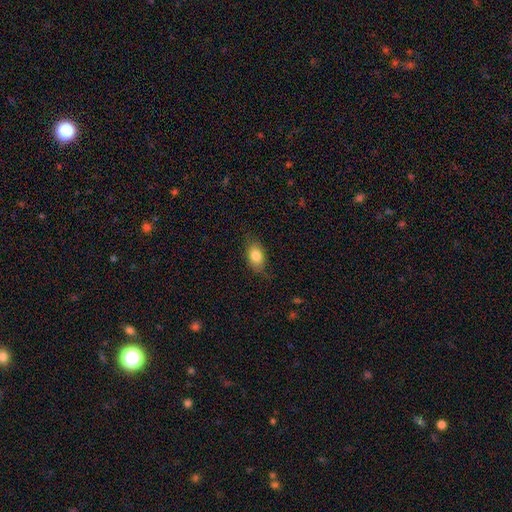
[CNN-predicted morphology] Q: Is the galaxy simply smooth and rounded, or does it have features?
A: smooth — 81%.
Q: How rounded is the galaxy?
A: in between — 87%.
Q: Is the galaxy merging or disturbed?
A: none — 76%.